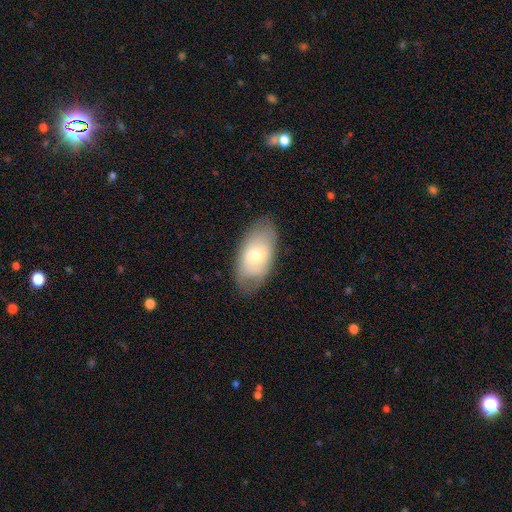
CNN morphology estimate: smooth 59%, featured or disk 35%, star or artifact 7%. Down the decision tree: how rounded — in between (93%); merging — none (76%).